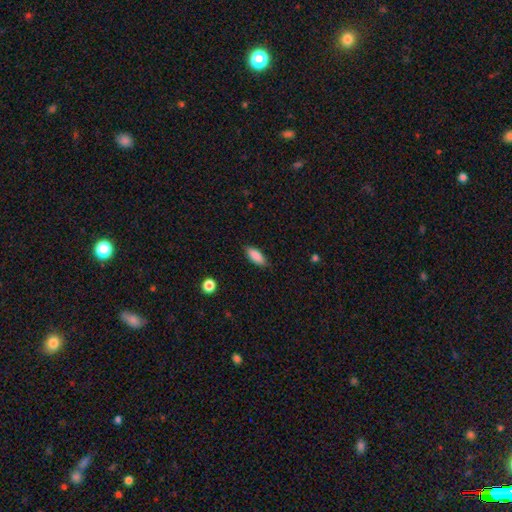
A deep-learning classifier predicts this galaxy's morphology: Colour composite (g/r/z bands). It shows a smooth galaxy with no disk features (87%) that is in between round and cigar-shaped (79%). Merging: none (84%).